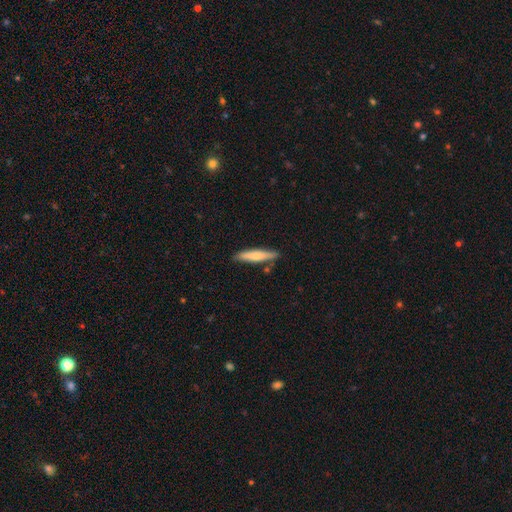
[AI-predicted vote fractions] Smooth or featured? smooth (68%)
How rounded? cigar-shaped (88%)
Merging? none (84%)